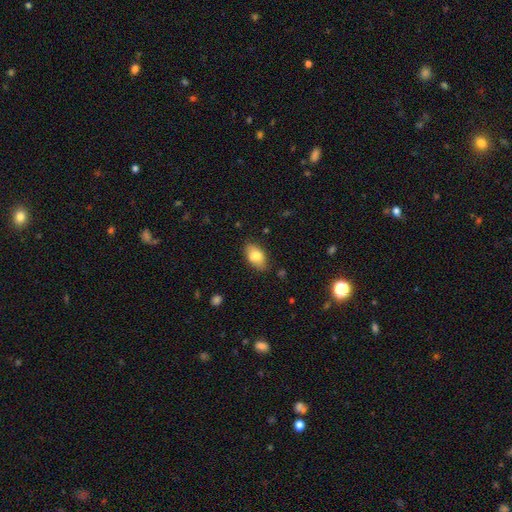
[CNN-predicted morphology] A smooth galaxy with no disk features (78%) that is in between round and cigar-shaped (91%). Merging: none (75%).